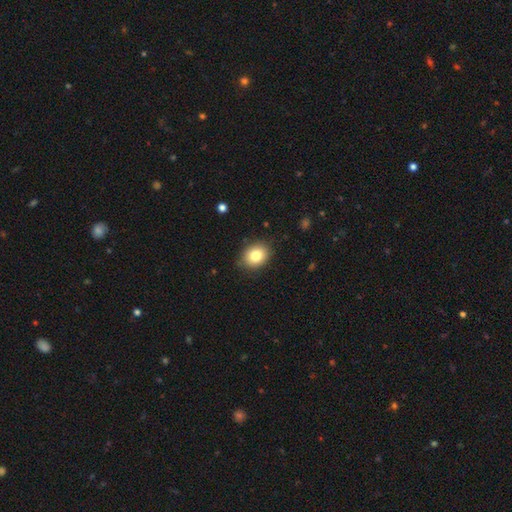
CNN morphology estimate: A smooth galaxy with no disk features (83%) that is in between round and cigar-shaped (57%). Merging: none (86%).